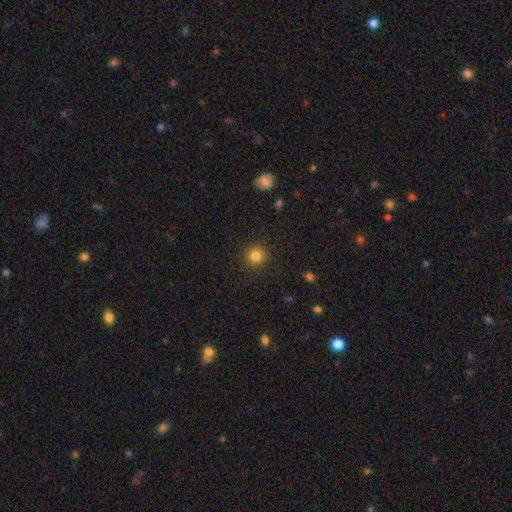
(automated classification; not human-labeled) This is clearly a smooth galaxy (83%). How rounded: clearly round (93%). Merging: clearly none (91%).